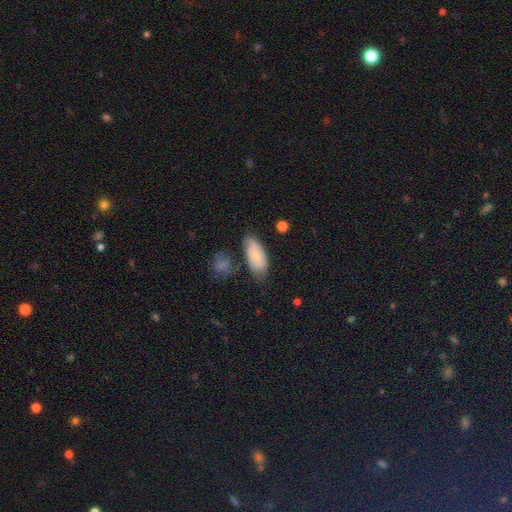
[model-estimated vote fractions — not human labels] Q: Smooth or featured?
A: smooth (70%); runner-up: featured or disk (23%)
Q: How rounded?
A: in between (89%); runner-up: cigar-shaped (7%)
Q: Merging?
A: none (57%); runner-up: minor disturbance (28%)